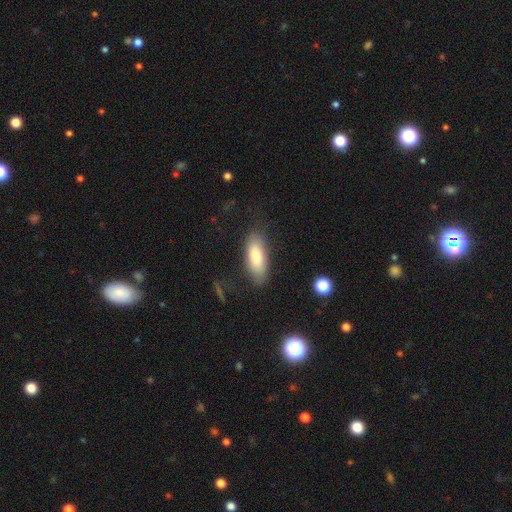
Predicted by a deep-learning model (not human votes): The model was most divided on "smooth or featured": smooth: 75%, featured or disk: 18%, star or artifact: 7%. More confident: merging — none (78%); how rounded — in between (78%).